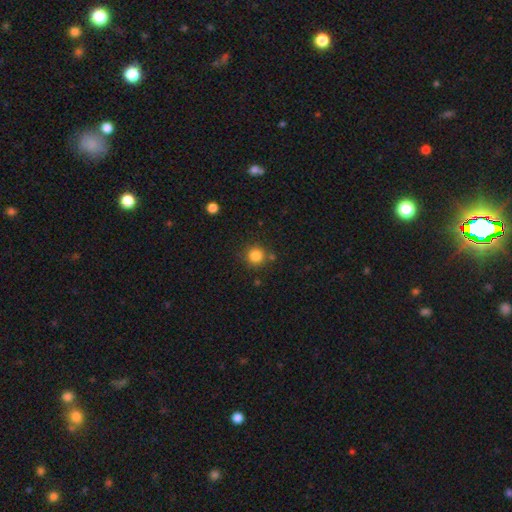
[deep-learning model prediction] This appears to be a smooth galaxy with no disk features (84%) that is round (94%). Merging: none (82%).